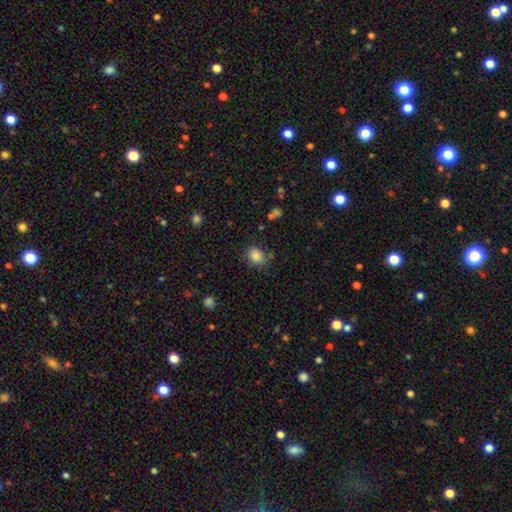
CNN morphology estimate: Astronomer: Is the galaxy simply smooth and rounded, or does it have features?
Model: smooth — 86%.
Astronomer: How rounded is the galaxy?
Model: round — 55% (runner-up: in between, 44%).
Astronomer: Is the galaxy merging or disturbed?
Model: none — 76%.